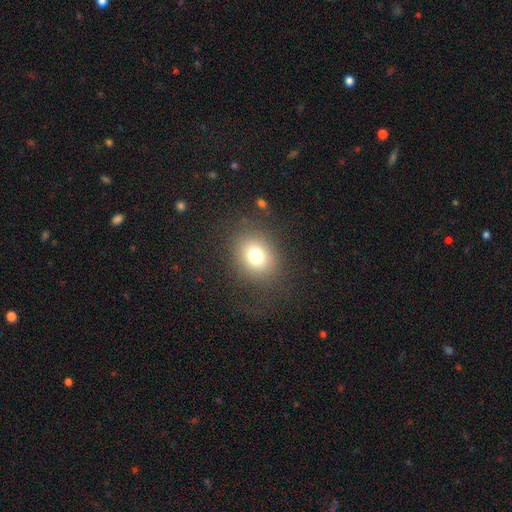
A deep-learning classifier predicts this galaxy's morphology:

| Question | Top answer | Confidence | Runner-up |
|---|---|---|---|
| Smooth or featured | smooth | 74% | star or artifact (14%) |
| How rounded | round | 63% | in between (36%) |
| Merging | none | 79% | minor disturbance (11%) |